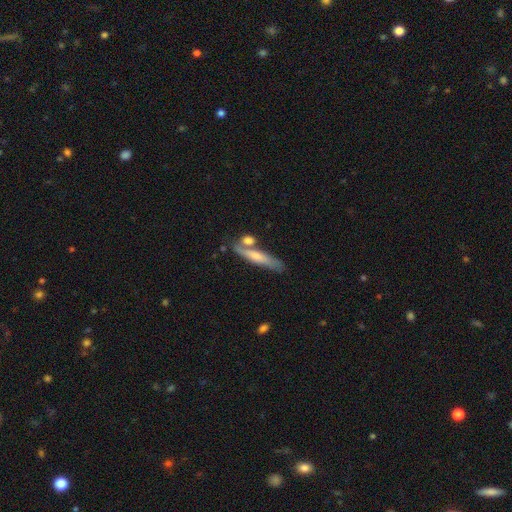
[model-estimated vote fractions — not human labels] Smooth or featured? Predicted: smooth (p=0.49). Merging? Predicted: none (p=0.61).